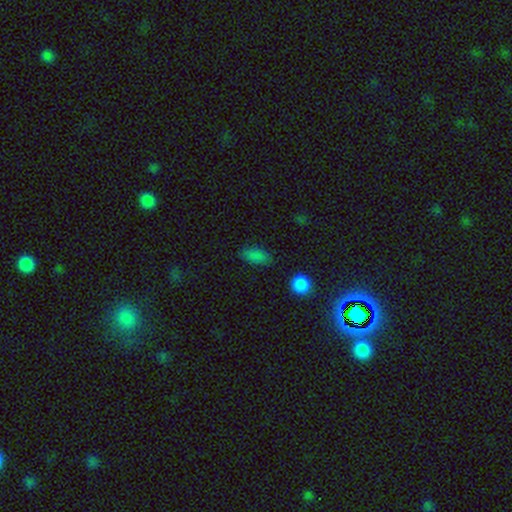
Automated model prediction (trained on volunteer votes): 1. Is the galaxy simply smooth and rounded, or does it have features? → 81% smooth, 14% star or artifact, 5% featured or disk.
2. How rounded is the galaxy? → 88% in between, 6% round, 6% cigar-shaped.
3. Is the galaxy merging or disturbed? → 81% none, 13% minor disturbance, 4% major disturbance, 2% merger.